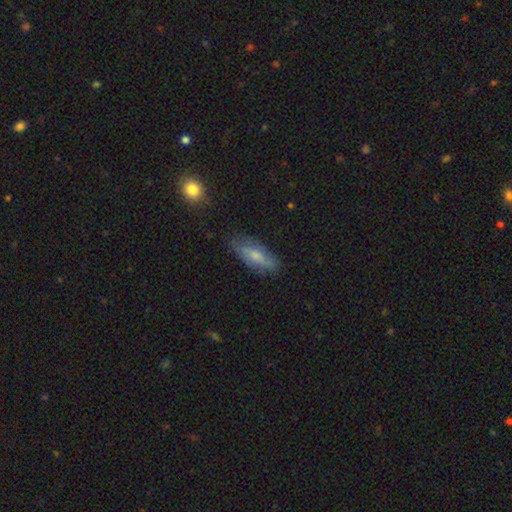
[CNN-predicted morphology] Overall: smooth (62%; featured or disk 31%). How rounded: in between (64%; cigar-shaped 33%). Merging: none (70%).